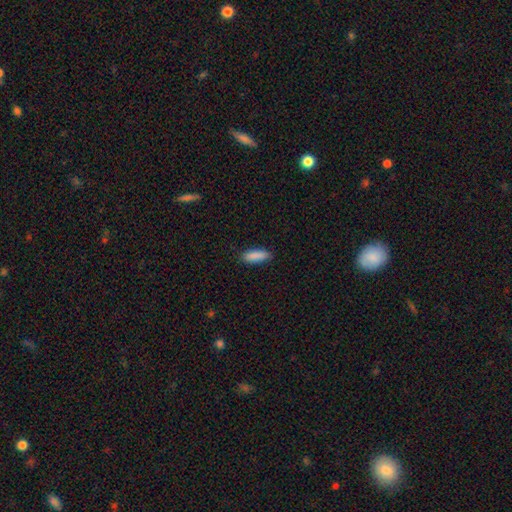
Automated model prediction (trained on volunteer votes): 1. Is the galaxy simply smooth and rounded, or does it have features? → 89% smooth, 6% star or artifact, 4% featured or disk.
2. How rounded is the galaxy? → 59% in between, 40% cigar-shaped, 2% round.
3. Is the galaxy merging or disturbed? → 86% none, 11% minor disturbance, 2% major disturbance, 1% merger.